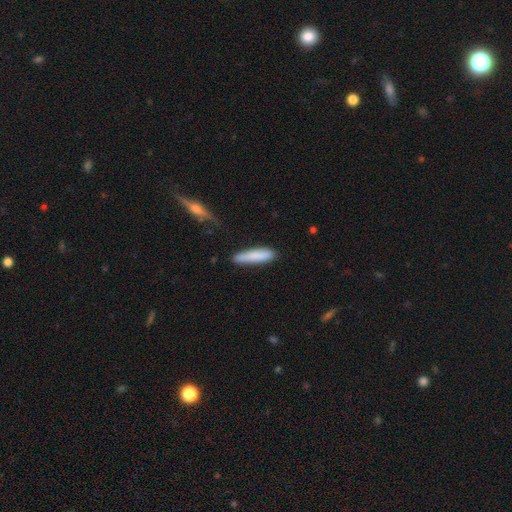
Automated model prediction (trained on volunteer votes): Smooth or featured?
  - smooth: 82% *
  - featured or disk: 12%
  - star or artifact: 6%
How rounded?
  - cigar-shaped: 85% *
  - in between: 14%
  - round: 1%
Merging?
  - none: 75% *
  - minor disturbance: 19%
  - major disturbance: 3%
  - merger: 3%